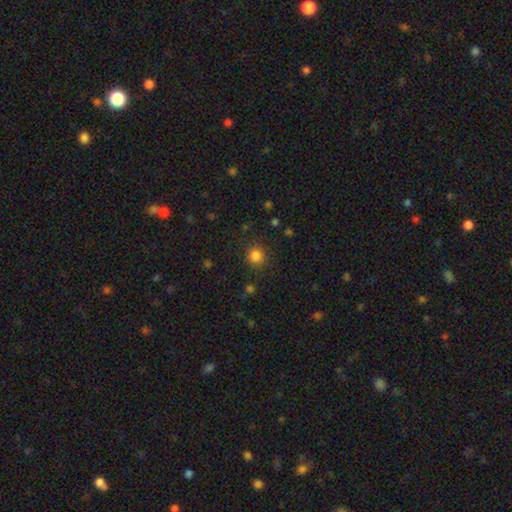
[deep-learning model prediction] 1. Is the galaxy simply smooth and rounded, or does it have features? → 83% smooth, 13% star or artifact, 4% featured or disk.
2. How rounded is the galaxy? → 92% round, 7% in between, 1% cigar-shaped.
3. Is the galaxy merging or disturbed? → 87% none, 8% minor disturbance, 3% major disturbance, 2% merger.